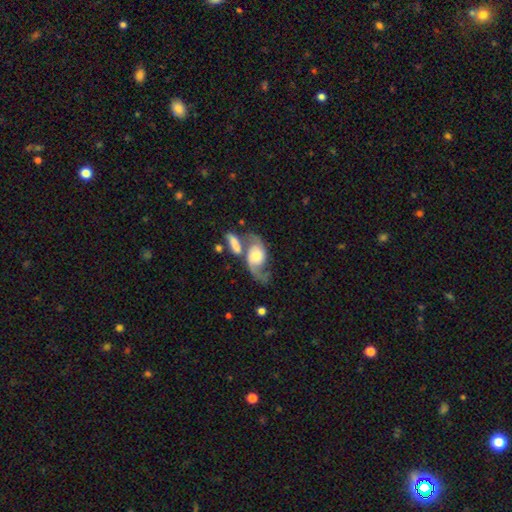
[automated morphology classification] A featured or disk galaxy (75%) with no bar (66%), 2 (79%) loose (60%) spiral arms (93%) and a moderate central bulge (39%).

Vote fractions:
- Smooth or featured? featured or disk: 75% / smooth: 19% / star or artifact: 6%
- Edge-on disk? no: 96% / yes: 4%
- Bar? no: 66% / weak: 26% / strong: 8%
- Spiral arms? yes: 93% / no: 7%
- Spiral winding? loose: 60% / medium: 32% / tight: 9%
- Spiral arm count? 2: 79% / 1: 14% / can't tell: 4% / 3: 1% / 4: 1% / more than 4: 1%
- Bulge size? moderate: 39% / large: 26% / small: 24% / none: 6% / dominant: 6%
- Merging? merger: 36% / none: 31% / major disturbance: 18% / minor disturbance: 15%